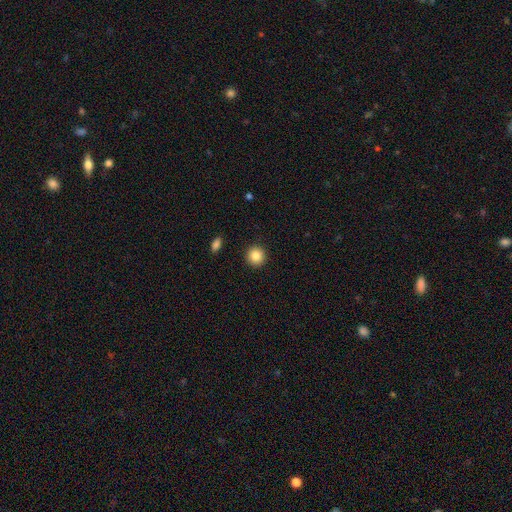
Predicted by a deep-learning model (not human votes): Morphology: type=smooth (85%); roundness=round (94%); merging=none (92%).